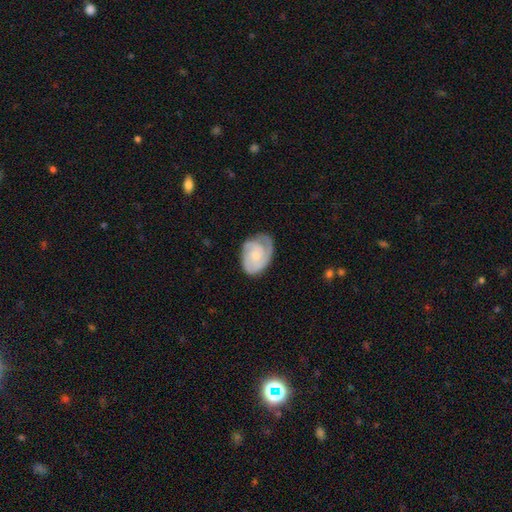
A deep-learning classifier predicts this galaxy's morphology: A featured or disk galaxy (75%) with no bar (74%), 2 (35%) tight (59%) spiral arms (95%) and a small central bulge (58%). Merging: none (66%).